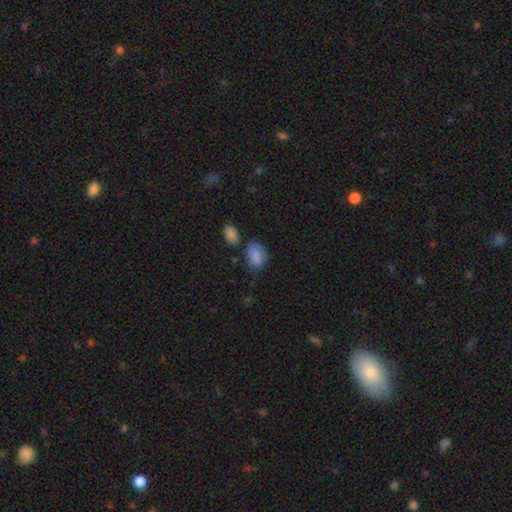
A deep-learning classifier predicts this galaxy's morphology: A smooth galaxy with no disk features (85%) that is in between round and cigar-shaped (80%).

Vote fractions:
- Smooth or featured? smooth: 85% / star or artifact: 8% / featured or disk: 7%
- How rounded? in between: 80% / round: 19% / cigar-shaped: 1%
- Merging? none: 61% / minor disturbance: 24% / merger: 8% / major disturbance: 7%